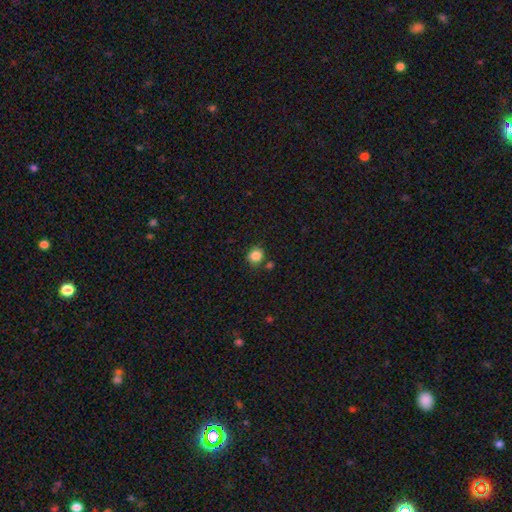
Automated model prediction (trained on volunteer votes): smooth_or_featured: smooth (p=0.85) [alt: star or artifact p=0.11]
how_rounded: round (p=0.83) [alt: in between p=0.16]
merging: none (p=0.79) [alt: minor disturbance p=0.11]